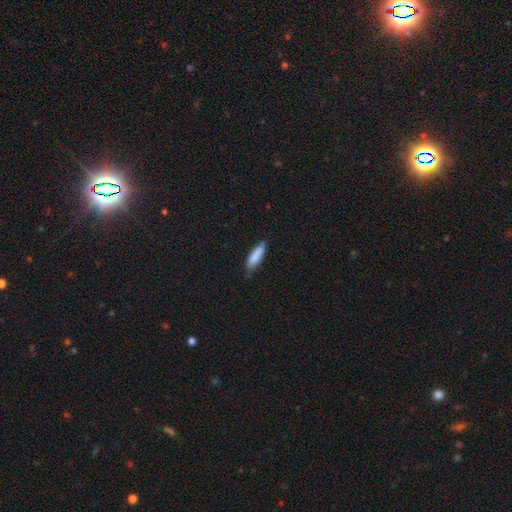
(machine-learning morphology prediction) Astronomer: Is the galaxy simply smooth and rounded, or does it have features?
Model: smooth — 83%.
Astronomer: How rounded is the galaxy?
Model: cigar-shaped — 61% (runner-up: in between, 37%).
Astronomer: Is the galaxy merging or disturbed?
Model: none — 72%.